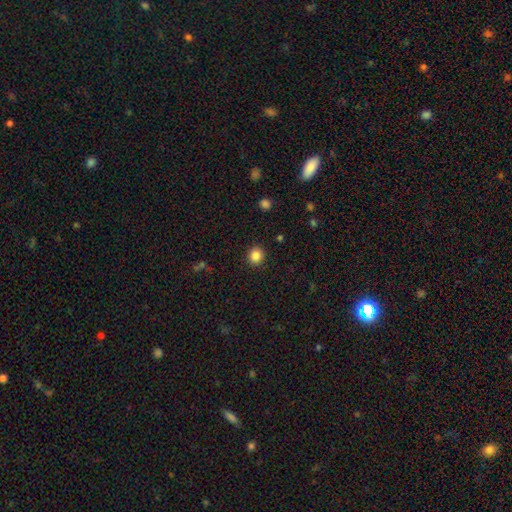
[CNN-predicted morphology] Overall: smooth (85%). How rounded: round (86%). Merging: none (91%).